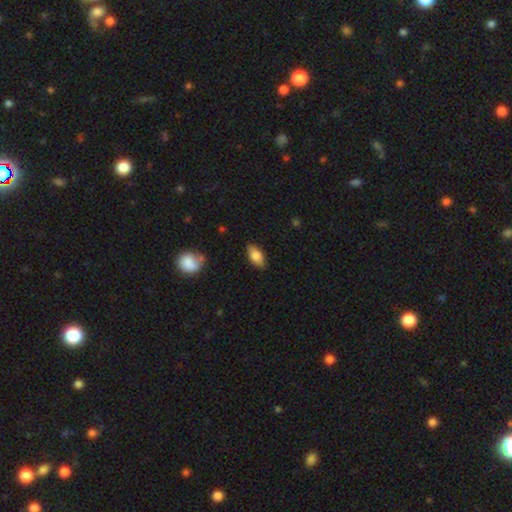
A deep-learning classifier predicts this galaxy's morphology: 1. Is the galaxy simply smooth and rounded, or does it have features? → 78% smooth, 16% featured or disk, 7% star or artifact.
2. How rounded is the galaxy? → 87% in between, 10% cigar-shaped, 4% round.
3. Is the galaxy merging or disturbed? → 84% none, 12% minor disturbance, 2% major disturbance, 1% merger.